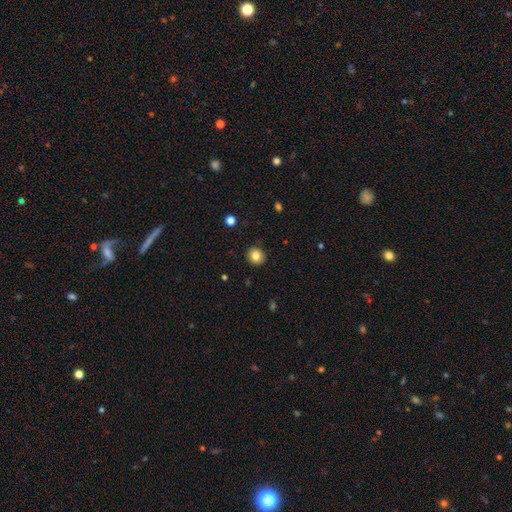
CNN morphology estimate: Smooth or featured? Predicted: smooth (p=0.81). How rounded? Predicted: round (p=0.89). Merging? Predicted: none (p=0.90).